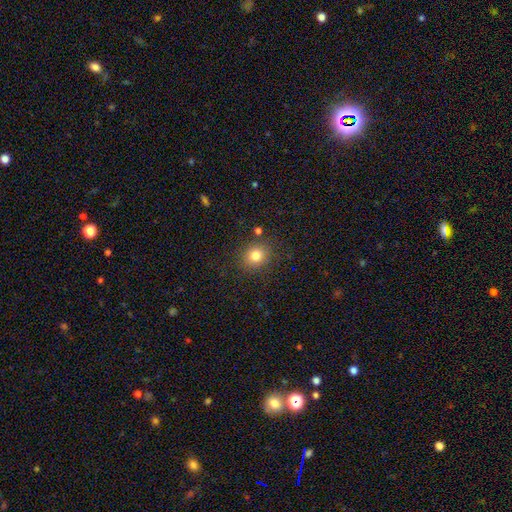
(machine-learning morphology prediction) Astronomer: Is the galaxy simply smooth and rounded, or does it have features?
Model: smooth — 80%.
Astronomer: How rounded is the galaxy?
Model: round — 75%.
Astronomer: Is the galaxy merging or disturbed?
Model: none — 85%.